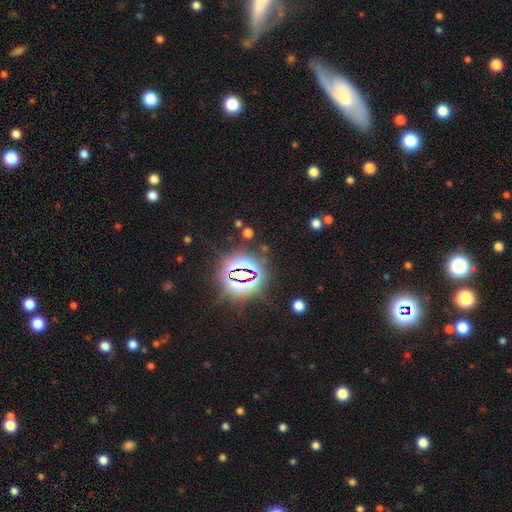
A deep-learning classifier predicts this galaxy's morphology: smooth-or-featured: star or artifact: 77% | smooth: 13% | featured or disk: 10%